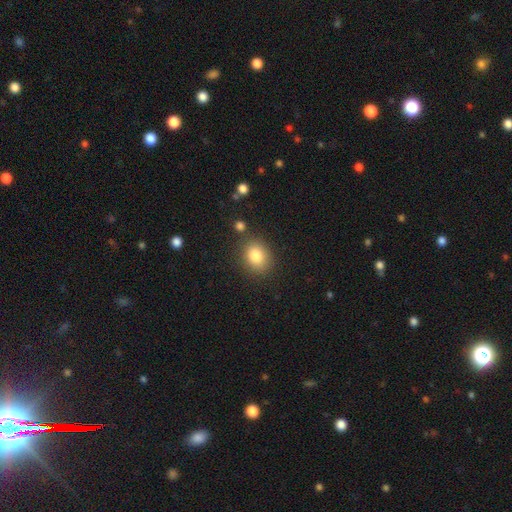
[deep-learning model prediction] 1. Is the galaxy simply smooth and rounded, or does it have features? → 84% smooth, 9% star or artifact, 7% featured or disk.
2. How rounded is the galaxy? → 51% round, 48% in between, 1% cigar-shaped.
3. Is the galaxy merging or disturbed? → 79% none, 12% minor disturbance, 5% merger, 4% major disturbance.